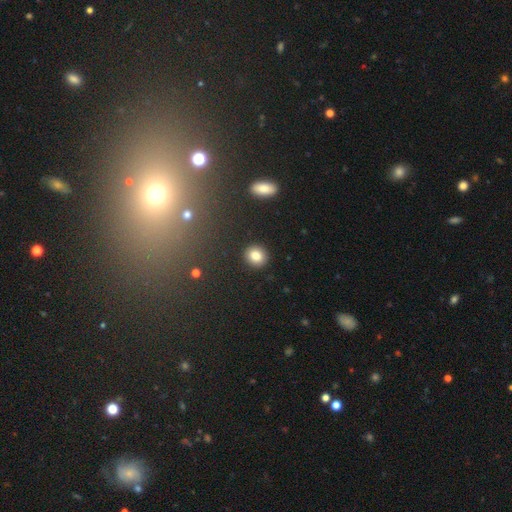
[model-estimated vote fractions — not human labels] smooth-or-featured: smooth: 83% | star or artifact: 10% | featured or disk: 7%
  how-rounded: round: 79% | in between: 20% | cigar-shaped: 1%
  merging: none: 91% | minor disturbance: 6% | major disturbance: 2% | merger: 2%